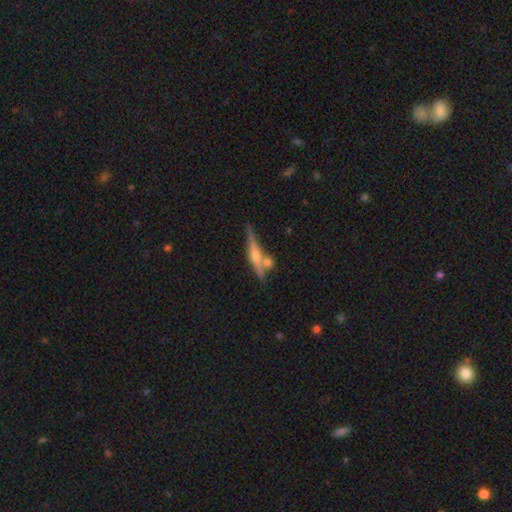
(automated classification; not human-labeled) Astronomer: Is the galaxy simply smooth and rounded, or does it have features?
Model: featured or disk — 67%.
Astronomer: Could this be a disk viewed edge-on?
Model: yes — 95%.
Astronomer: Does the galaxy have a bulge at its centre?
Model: rounded — 78%.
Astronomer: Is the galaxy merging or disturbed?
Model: none — 66%.